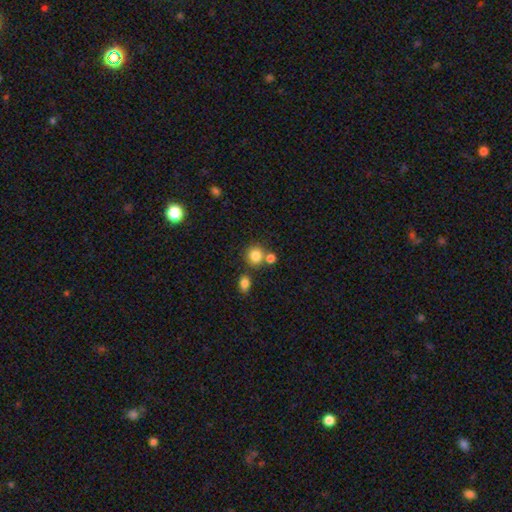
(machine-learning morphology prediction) This is clearly a smooth galaxy (83%). How rounded: clearly round (82%). Merging: likely none (62%).